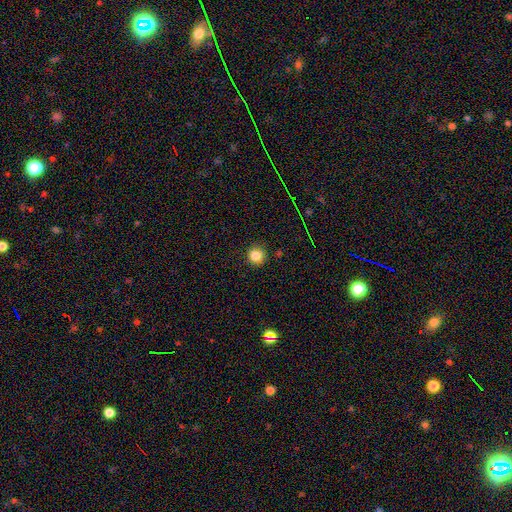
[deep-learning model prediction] smooth_or_featured: smooth (p=0.83) [alt: star or artifact p=0.13]
how_rounded: round (p=0.94) [alt: in between p=0.05]
merging: none (p=0.89) [alt: minor disturbance p=0.08]